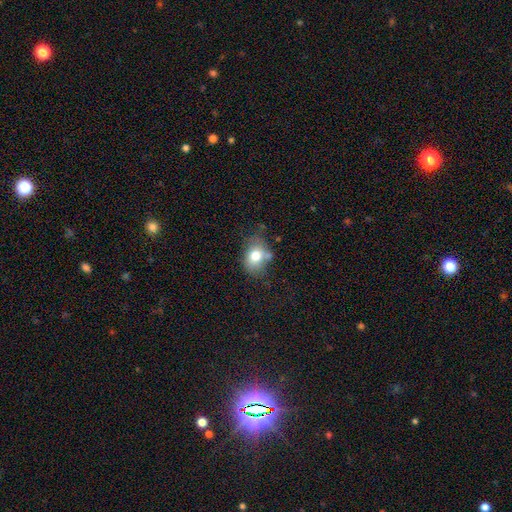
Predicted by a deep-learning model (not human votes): Smooth or featured? smooth (74%)
How rounded? in between (65%)
Merging? none (58%)